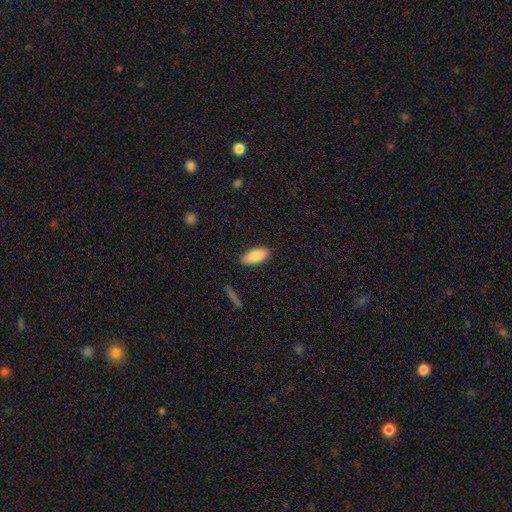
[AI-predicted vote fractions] This is clearly a smooth galaxy (87%). How rounded: clearly in between (89%). Merging: clearly none (87%).